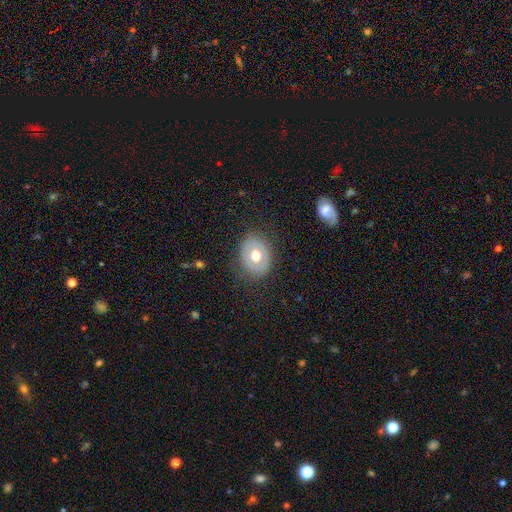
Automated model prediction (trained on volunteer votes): smooth 52%, featured or disk 40%, star or artifact 7%. Down the decision tree: how rounded — in between (52%); merging — none (82%).